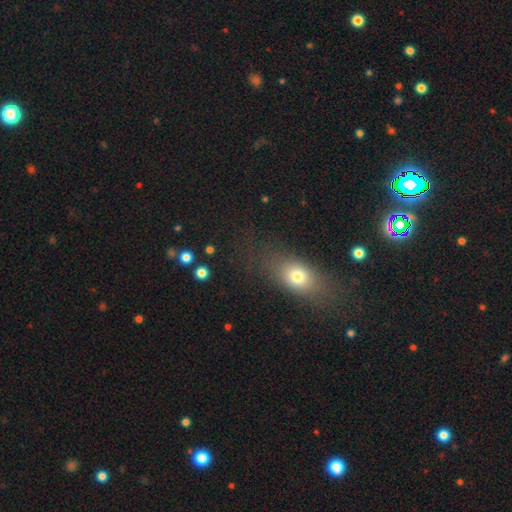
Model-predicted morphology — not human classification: Overall: smooth (59%; star or artifact 24%). How rounded: in between (62%). Merging: none (82%).